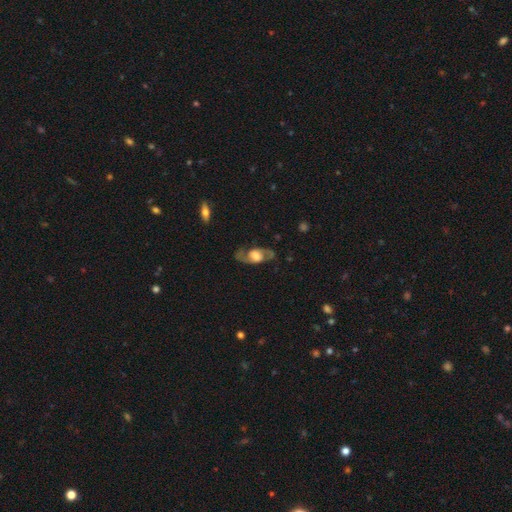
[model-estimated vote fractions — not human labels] Smooth or featured? featured or disk (72%)
Edge-on disk? no (85%)
Bar? no (58%)
Spiral arms? yes (80%)
Bulge size? large (52%)
Merging? none (71%)